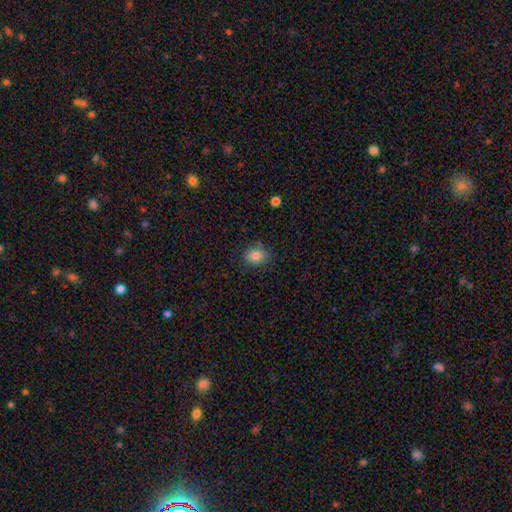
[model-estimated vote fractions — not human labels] Smooth or featured? Predicted: smooth (p=0.83). How rounded? Predicted: in between (p=0.53). Merging? Predicted: none (p=0.83).